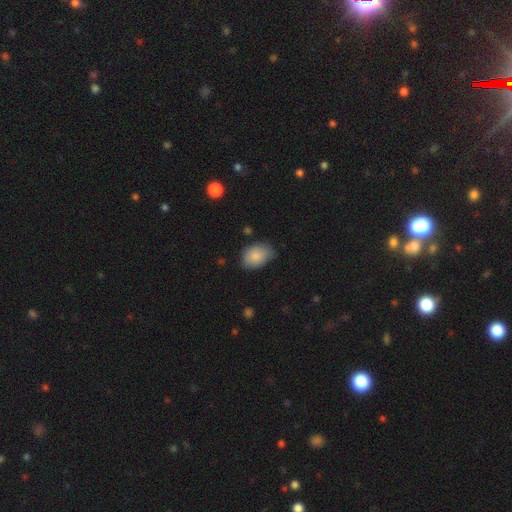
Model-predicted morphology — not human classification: This is clearly a smooth galaxy (86%). How rounded: clearly in between (84%). Merging: likely none (70%).